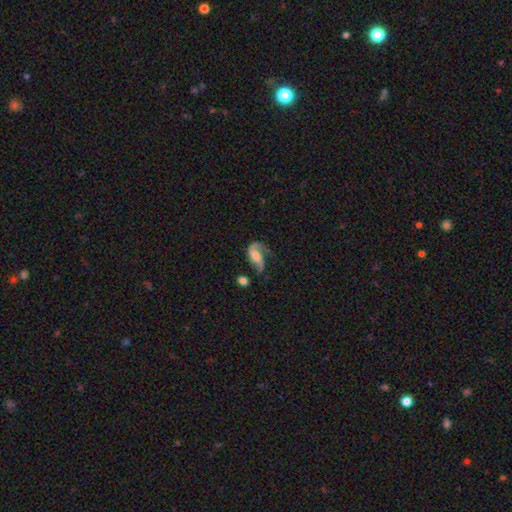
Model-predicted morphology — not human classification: Smooth or featured?
  - featured or disk: 67% *
  - smooth: 25%
  - star or artifact: 8%
Edge-on disk?
  - no: 96% *
  - yes: 4%
Bar?
  - no: 49% *
  - weak: 34%
  - strong: 17%
Spiral arms?
  - yes: 89% *
  - no: 11%
Spiral winding?
  - loose: 55% *
  - medium: 33%
  - tight: 12%
Spiral arm count?
  - 2: 62% *
  - 1: 31%
  - can't tell: 5%
  - 3: 1%
  - 4: 1%
  - more than 4: 1%
Bulge size?
  - moderate: 27% *
  - none: 26%
  - small: 24%
  - large: 20%
  - dominant: 4%
Merging?
  - none: 36% *
  - major disturbance: 33%
  - minor disturbance: 21%
  - merger: 10%